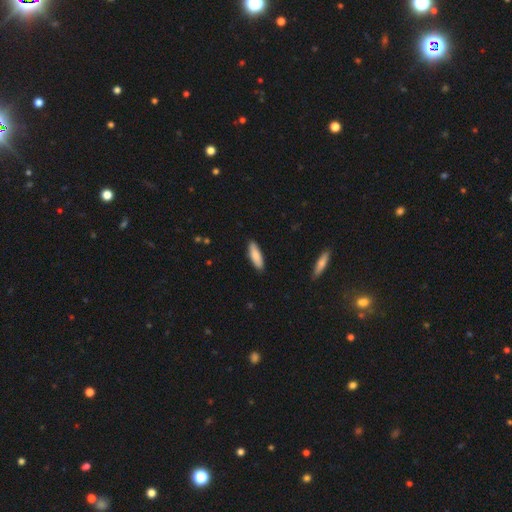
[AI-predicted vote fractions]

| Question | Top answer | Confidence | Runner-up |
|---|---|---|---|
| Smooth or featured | smooth | 84% | featured or disk (11%) |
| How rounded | cigar-shaped | 51% | in between (47%) |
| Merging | none | 88% | minor disturbance (9%) |